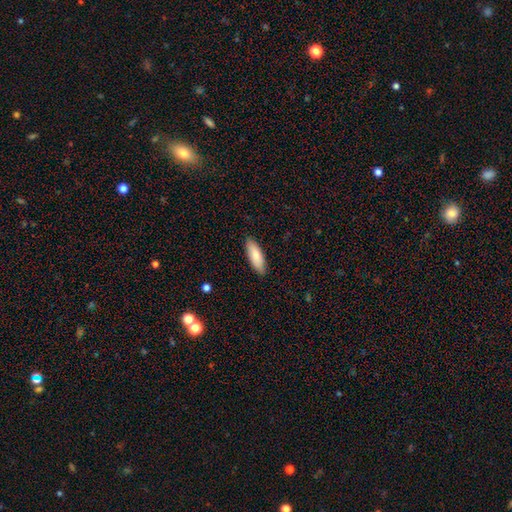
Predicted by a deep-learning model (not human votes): The model was most divided on "how rounded": in between: 61%, cigar-shaped: 37%, round: 1%. More confident: merging — none (88%); smooth or featured — smooth (84%).